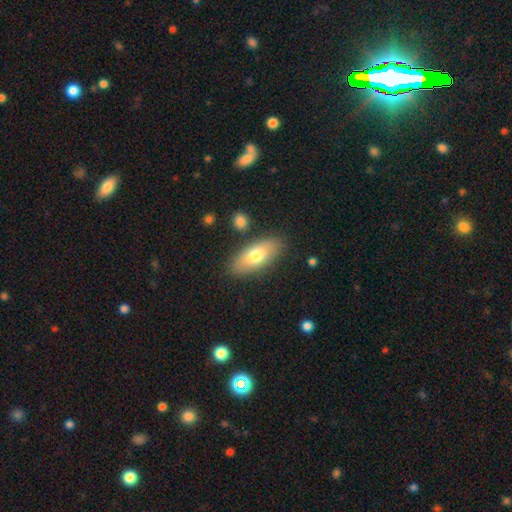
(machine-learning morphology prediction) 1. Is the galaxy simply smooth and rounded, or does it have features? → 71% smooth, 23% featured or disk, 6% star or artifact.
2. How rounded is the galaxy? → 80% in between, 17% cigar-shaped, 3% round.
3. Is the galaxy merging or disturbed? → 83% none, 11% minor disturbance, 3% merger, 3% major disturbance.